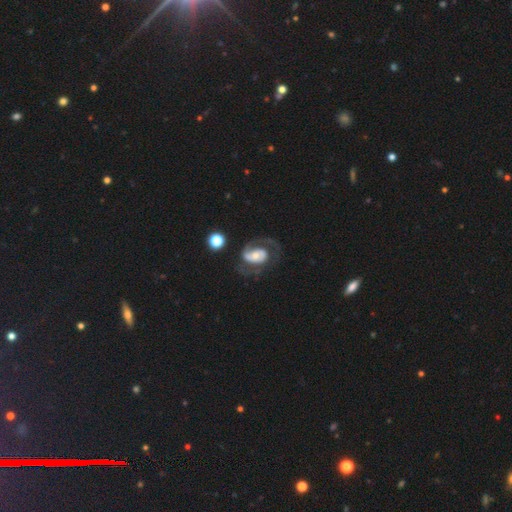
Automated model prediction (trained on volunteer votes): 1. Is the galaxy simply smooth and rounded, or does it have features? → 80% featured or disk, 15% smooth, 6% star or artifact.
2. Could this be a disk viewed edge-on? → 97% no, 3% yes.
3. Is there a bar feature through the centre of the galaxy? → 53% no, 32% weak, 15% strong.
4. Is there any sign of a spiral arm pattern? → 91% yes, 9% no.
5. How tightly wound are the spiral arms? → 47% medium, 28% tight, 25% loose.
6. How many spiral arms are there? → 63% 2, 26% 1, 7% can't tell, 2% 3, 1% 4, 1% more than 4.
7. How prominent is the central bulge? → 44% small, 40% moderate, 10% large, 3% none, 2% dominant.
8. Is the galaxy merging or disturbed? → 51% none, 29% major disturbance, 17% minor disturbance, 3% merger.